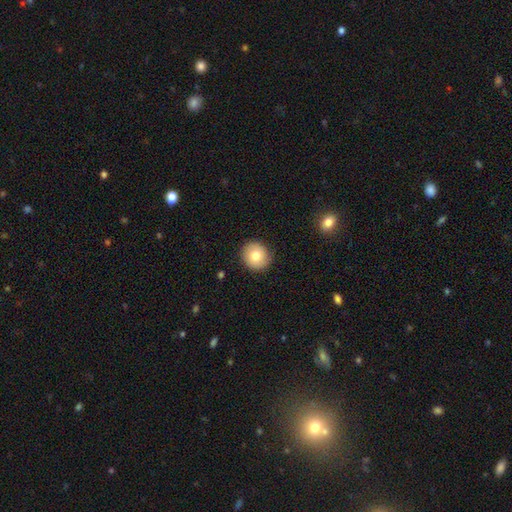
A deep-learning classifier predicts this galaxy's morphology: Q: Smooth or featured?
A: smooth (80%); runner-up: featured or disk (12%)
Q: How rounded?
A: round (87%); runner-up: in between (12%)
Q: Merging?
A: none (89%); runner-up: minor disturbance (8%)